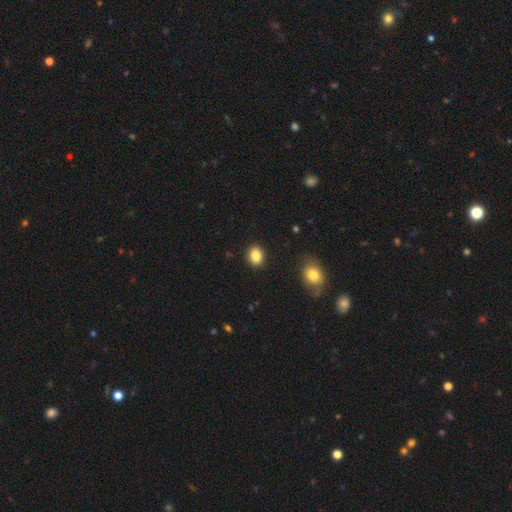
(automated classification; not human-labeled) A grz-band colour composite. It shows a smooth galaxy with no disk features (87%) that is in between round and cigar-shaped (57%). Merging: none (89%).